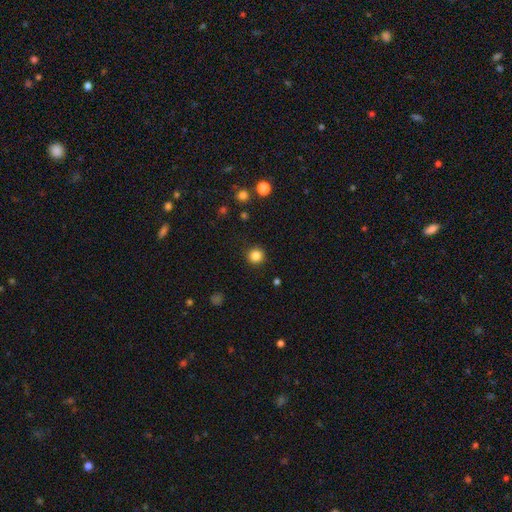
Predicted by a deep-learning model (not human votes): Smooth or featured? smooth (84%)
How rounded? round (95%)
Merging? none (91%)